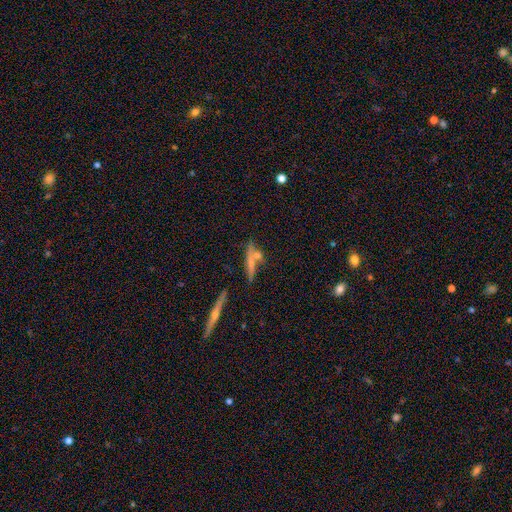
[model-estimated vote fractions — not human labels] smooth 43%, featured or disk 42%, star or artifact 15%. Down the decision tree: merging — none (61%).